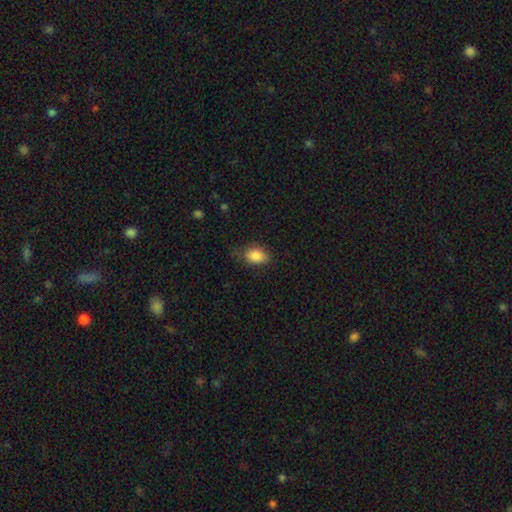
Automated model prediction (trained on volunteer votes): The model was most divided on "merging": none: 70%, minor disturbance: 23%, major disturbance: 6%, merger: 1%. More confident: smooth or featured — smooth (86%); how rounded — in between (75%).